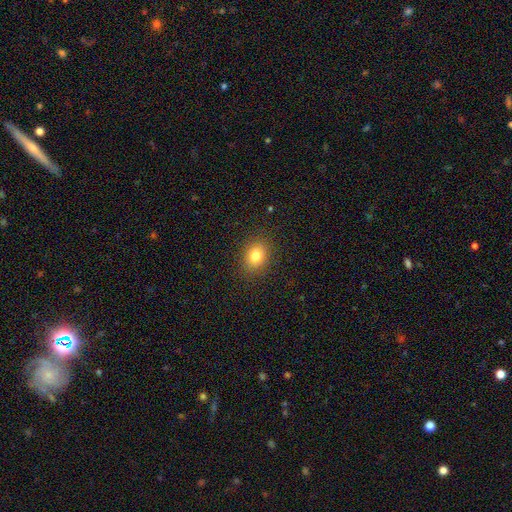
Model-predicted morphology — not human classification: Overall: smooth (80%). How rounded: round (50%; in between 49%). Merging: none (89%).